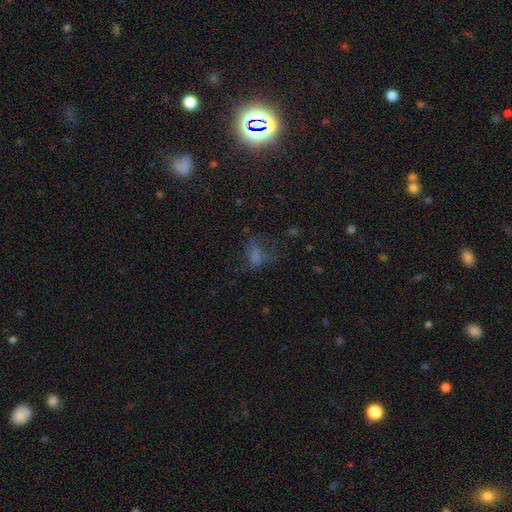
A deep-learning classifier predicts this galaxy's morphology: This appears to be a smooth galaxy with no disk features (39%). Merging: none (45%).